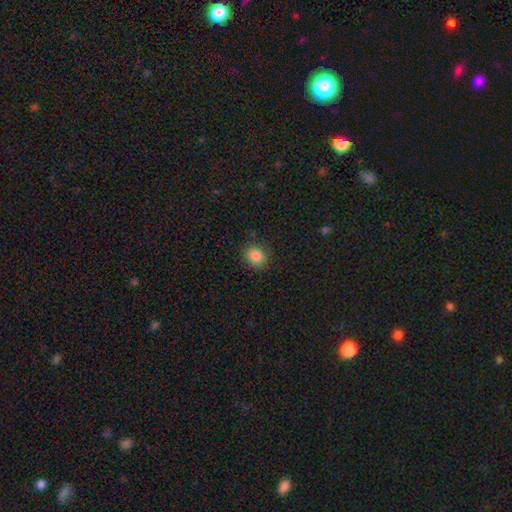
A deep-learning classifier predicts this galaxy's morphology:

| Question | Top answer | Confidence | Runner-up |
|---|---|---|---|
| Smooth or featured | smooth | 85% | star or artifact (10%) |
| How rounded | round | 72% | in between (27%) |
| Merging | none | 87% | minor disturbance (9%) |